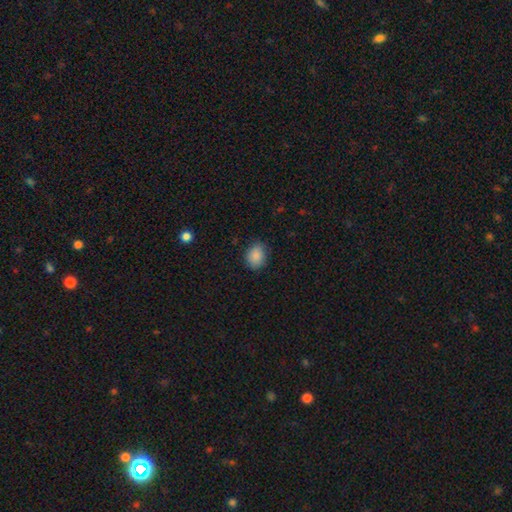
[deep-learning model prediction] A smooth galaxy with no disk features (88%) that is in between round and cigar-shaped (52%). Merging: none (82%).